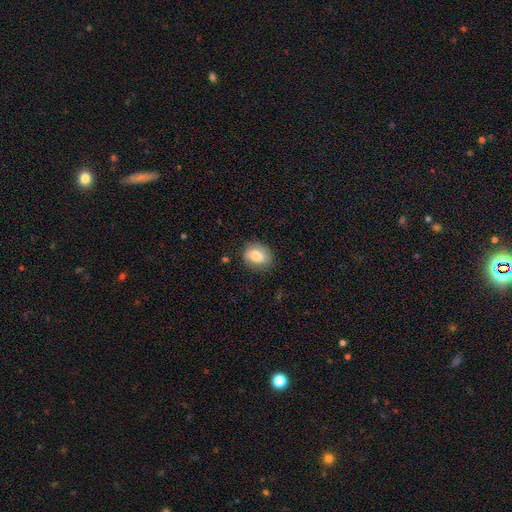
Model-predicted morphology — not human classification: smooth-or-featured: smooth: 76% | featured or disk: 17% | star or artifact: 8%
  how-rounded: in between: 57% | round: 42% | cigar-shaped: 1%
  merging: none: 78% | minor disturbance: 17% | major disturbance: 4% | merger: 1%